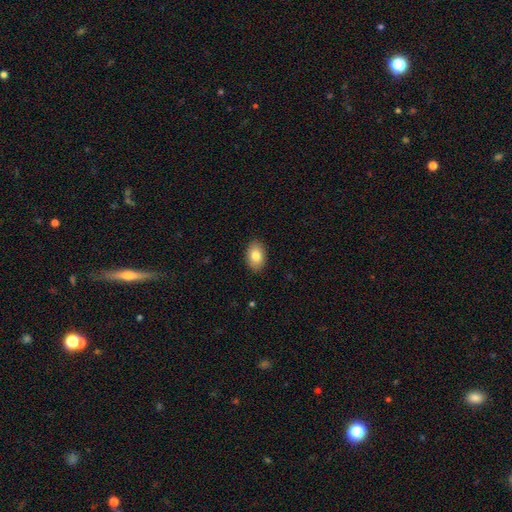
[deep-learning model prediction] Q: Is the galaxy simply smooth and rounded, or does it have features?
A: smooth — 82%.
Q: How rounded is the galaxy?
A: in between — 86%.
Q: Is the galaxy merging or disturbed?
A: none — 89%.